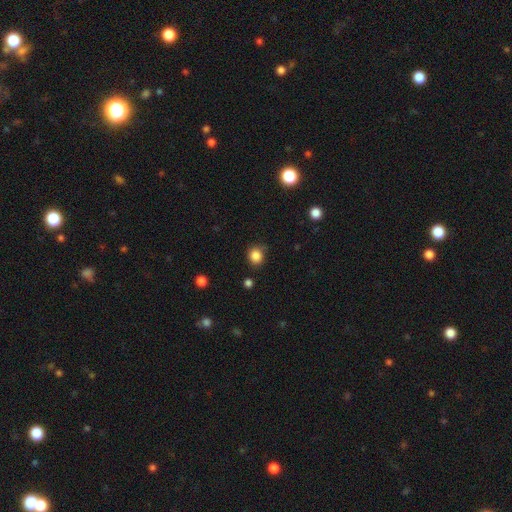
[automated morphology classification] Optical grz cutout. It shows a smooth galaxy with no disk features (84%) that is round (81%). Merging: none (78%).